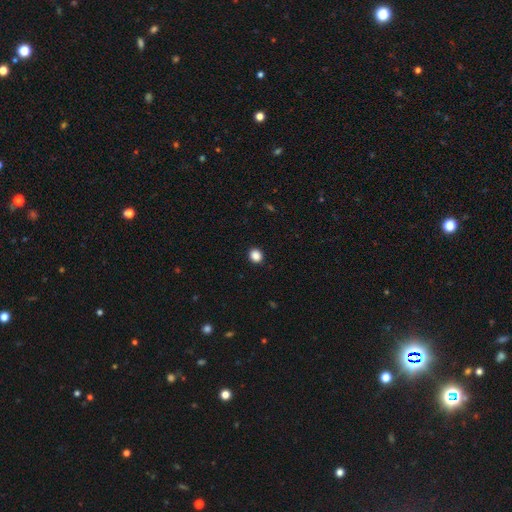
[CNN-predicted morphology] Smooth or featured?
  - smooth: 87% *
  - star or artifact: 10%
  - featured or disk: 2%
How rounded?
  - round: 79% *
  - in between: 20%
  - cigar-shaped: 1%
Merging?
  - none: 92% *
  - minor disturbance: 5%
  - major disturbance: 2%
  - merger: 1%